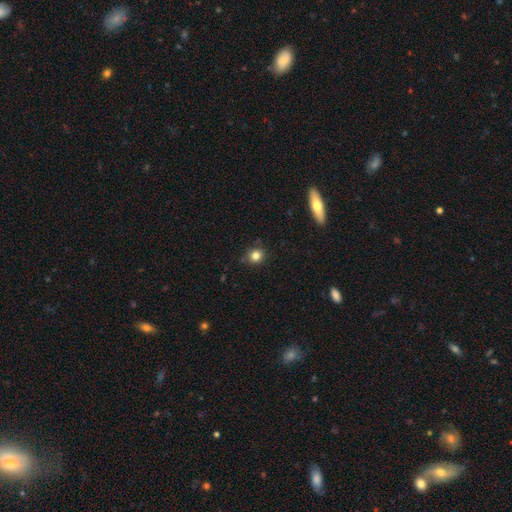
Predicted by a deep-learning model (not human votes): Smooth or featured: smooth — 81% (star or artifact — 12%)
How rounded: round — 82% (in between — 16%)
Merging: none — 82% (minor disturbance — 13%)